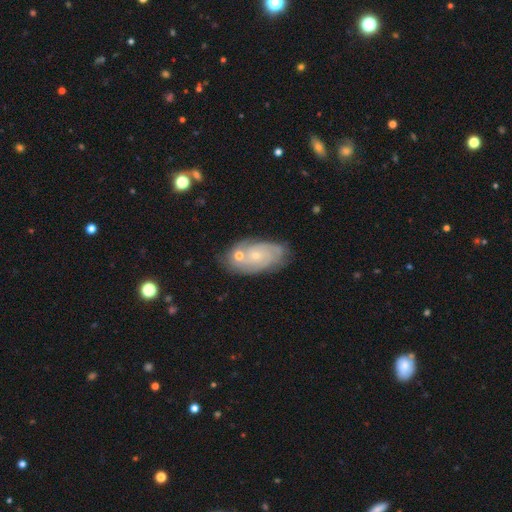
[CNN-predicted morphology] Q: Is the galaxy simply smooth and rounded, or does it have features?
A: featured or disk — 73%.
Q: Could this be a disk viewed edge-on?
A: no — 95%.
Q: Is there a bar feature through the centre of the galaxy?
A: no — 77%.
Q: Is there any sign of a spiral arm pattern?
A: yes — 89%.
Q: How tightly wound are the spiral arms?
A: tight — 64%.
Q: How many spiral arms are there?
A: can't tell — 37%.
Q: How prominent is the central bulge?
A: small — 75%.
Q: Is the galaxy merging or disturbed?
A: none — 63%.